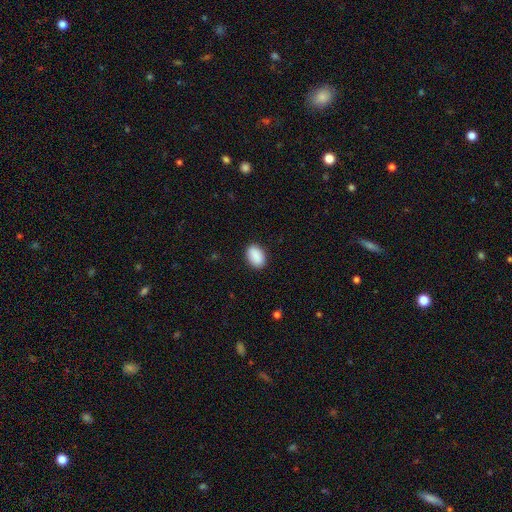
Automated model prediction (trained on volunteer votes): This is clearly a smooth galaxy (90%). How rounded: clearly in between (87%). Merging: clearly none (89%).